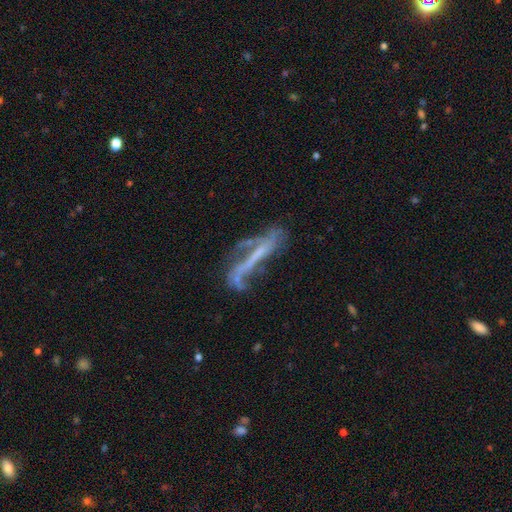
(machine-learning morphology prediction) This appears to be a featured or disk galaxy (68%). Merging: none (38%).